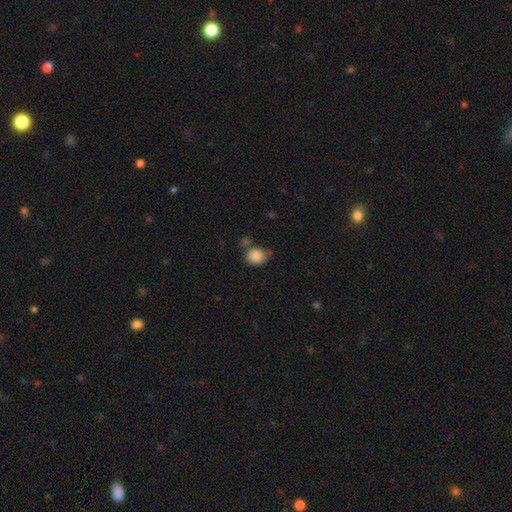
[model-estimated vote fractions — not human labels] The model was most divided on "merging": none: 57%, minor disturbance: 21%, merger: 16%, major disturbance: 7%. More confident: smooth or featured — smooth (87%); how rounded — round (70%).